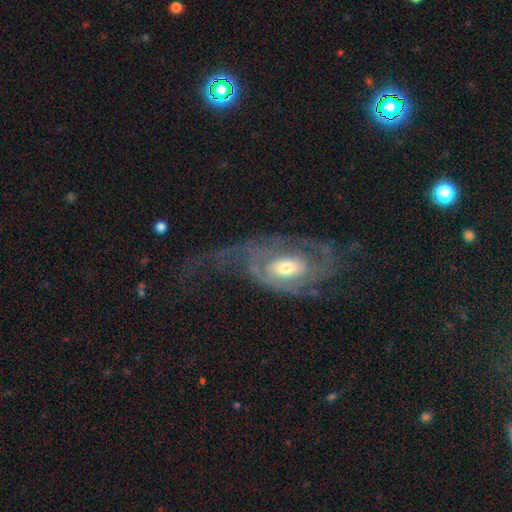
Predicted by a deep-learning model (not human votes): Smooth or featured: featured or disk — 84% (smooth — 9%)
Edge-on disk: no — 94% (yes — 6%)
Bar: no — 46% (weak — 40%)
Spiral arms: yes — 91% (no — 9%)
Spiral winding: medium — 41% (tight — 37%)
Spiral arm count: 2 — 52% (can't tell — 22%)
Bulge size: moderate — 67% (small — 21%)
Merging: none — 46% (major disturbance — 32%)